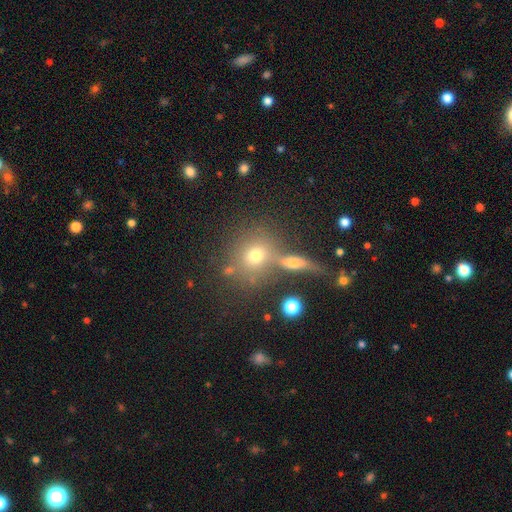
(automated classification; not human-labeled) Overall: smooth (66%). How rounded: round (80%). Merging: none (60%; merger 24%).